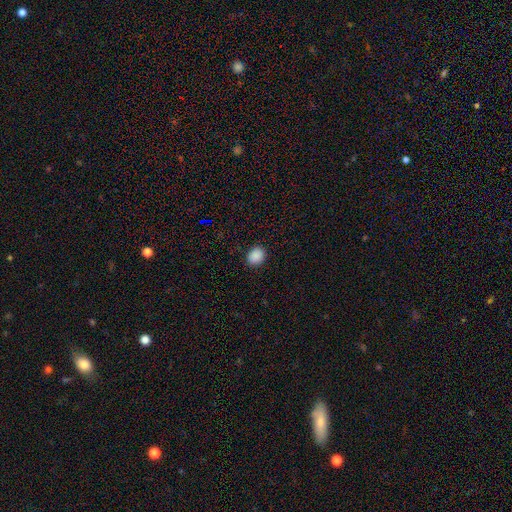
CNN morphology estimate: smooth 88%, star or artifact 9%, featured or disk 2%. Down the decision tree: how rounded — round (55%); merging — none (89%).